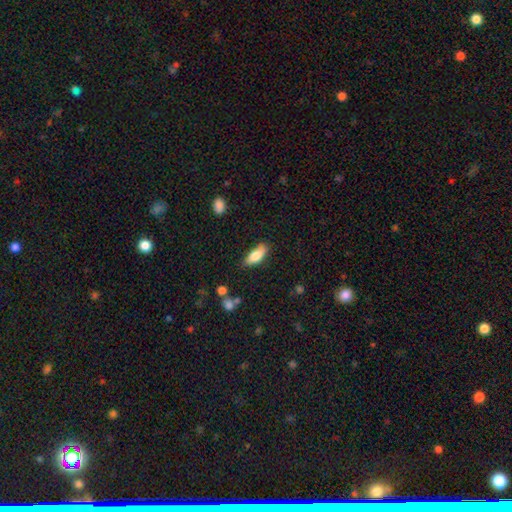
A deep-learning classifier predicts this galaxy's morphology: Overall: smooth (80%). How rounded: in between (78%). Merging: none (72%).